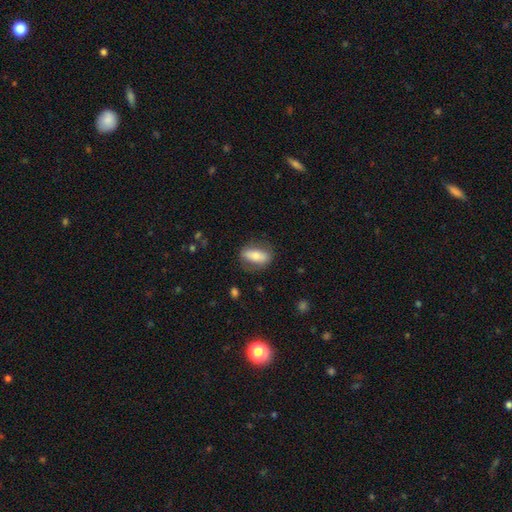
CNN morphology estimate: Smooth or featured? smooth (67%)
How rounded? in between (78%)
Merging? none (76%)